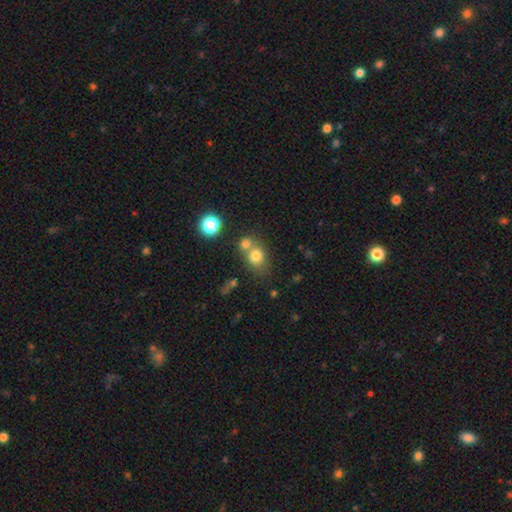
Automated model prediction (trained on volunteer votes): Overall: smooth (76%). How rounded: round (71%). Merging: none (46%; merger 41%).